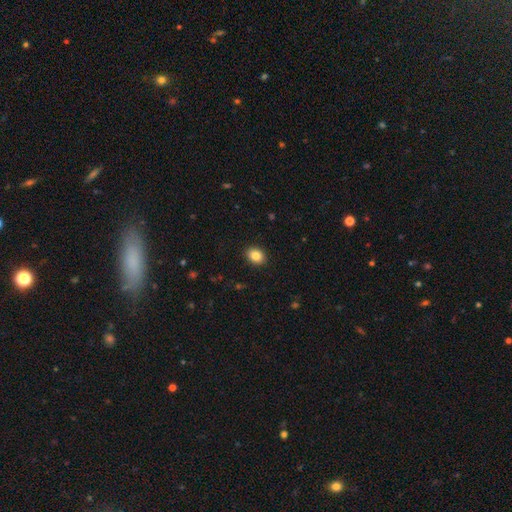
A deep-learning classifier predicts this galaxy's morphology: Smooth or featured? smooth (85%)
How rounded? in between (58%)
Merging? none (91%)